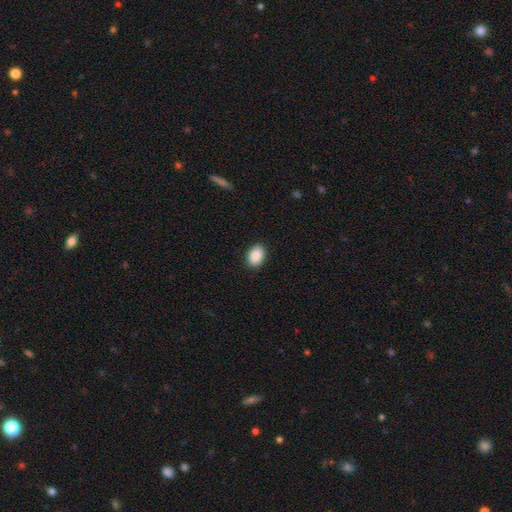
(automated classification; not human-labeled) Overall: smooth (90%). How rounded: in between (81%). Merging: none (90%).